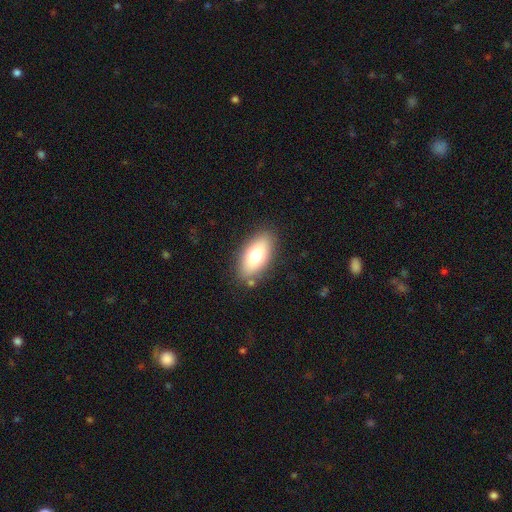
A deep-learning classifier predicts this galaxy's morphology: Smooth or featured?
  - smooth: 71% *
  - featured or disk: 21%
  - star or artifact: 8%
How rounded?
  - in between: 88% *
  - cigar-shaped: 8%
  - round: 4%
Merging?
  - none: 83% *
  - minor disturbance: 11%
  - major disturbance: 3%
  - merger: 3%